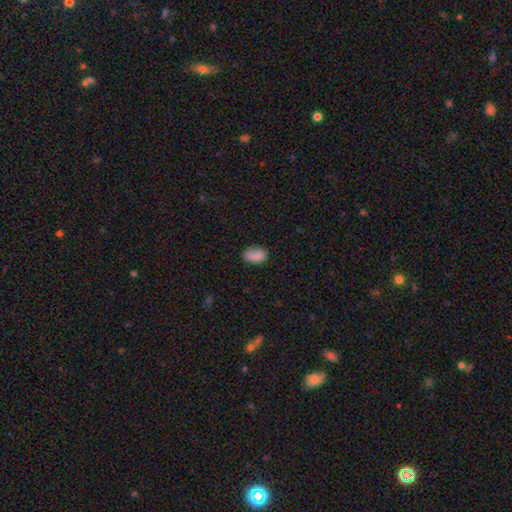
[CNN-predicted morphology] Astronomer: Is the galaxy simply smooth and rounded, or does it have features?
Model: smooth — 84%.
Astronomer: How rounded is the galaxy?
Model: in between — 87%.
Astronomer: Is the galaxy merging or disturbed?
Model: none — 72%.